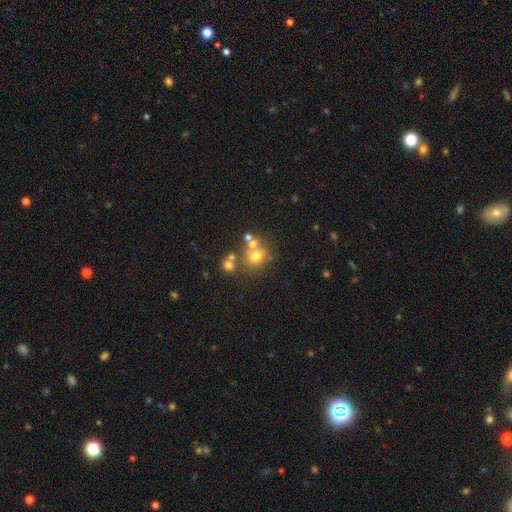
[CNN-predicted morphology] Smooth or featured? smooth (65%)
How rounded? round (83%)
Merging? none (55%)